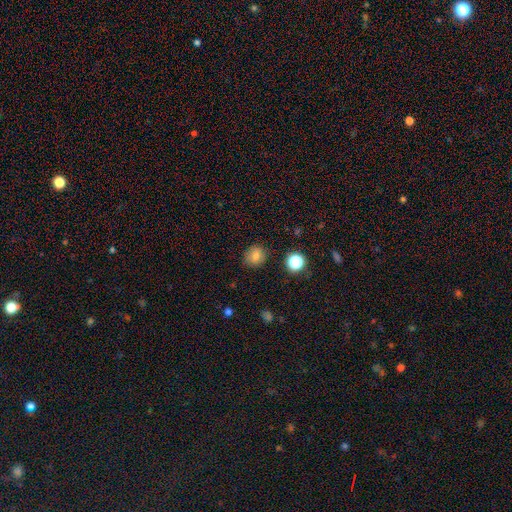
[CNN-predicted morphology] Smooth or featured: smooth — 78% (star or artifact — 13%)
How rounded: round — 78% (in between — 21%)
Merging: none — 86% (minor disturbance — 10%)